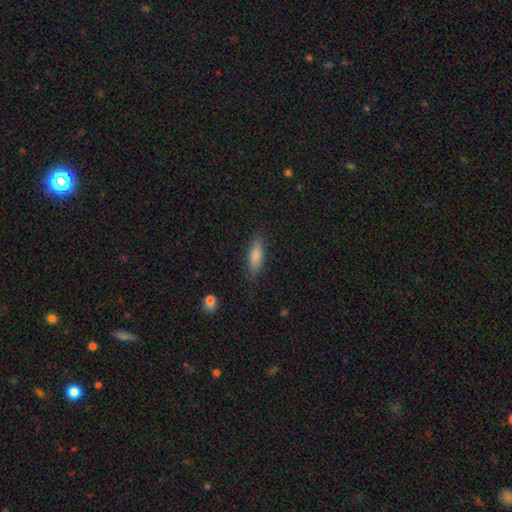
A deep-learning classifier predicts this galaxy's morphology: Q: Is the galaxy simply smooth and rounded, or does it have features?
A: smooth — 82%.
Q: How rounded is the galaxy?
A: in between — 60%.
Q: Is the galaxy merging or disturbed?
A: none — 82%.